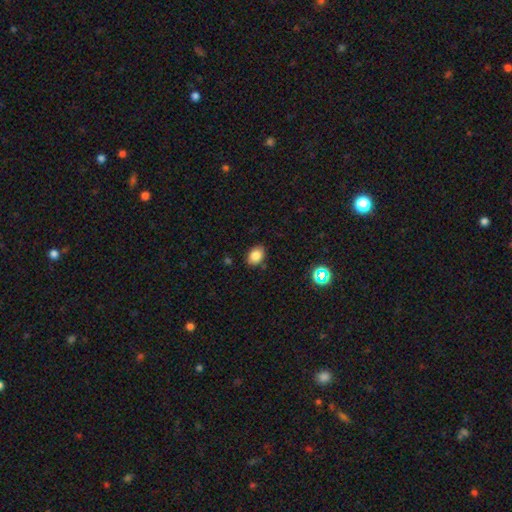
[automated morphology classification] type=smooth (84%); roundness=in between (75%); merging=none (84%).